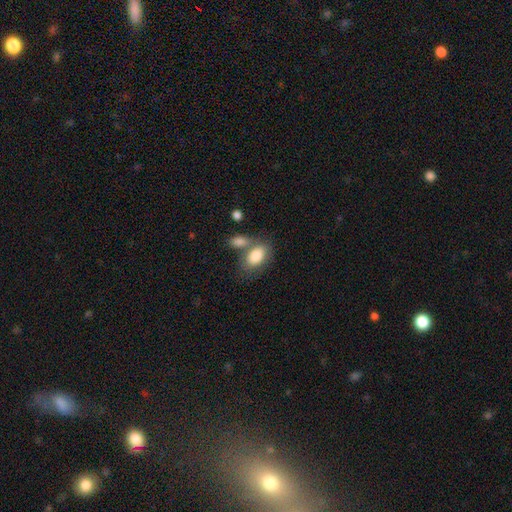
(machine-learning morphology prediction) The model was most divided on "merging": none: 43%, merger: 36%, minor disturbance: 15%, major disturbance: 6%. More confident: how rounded — in between (89%); smooth or featured — smooth (83%).